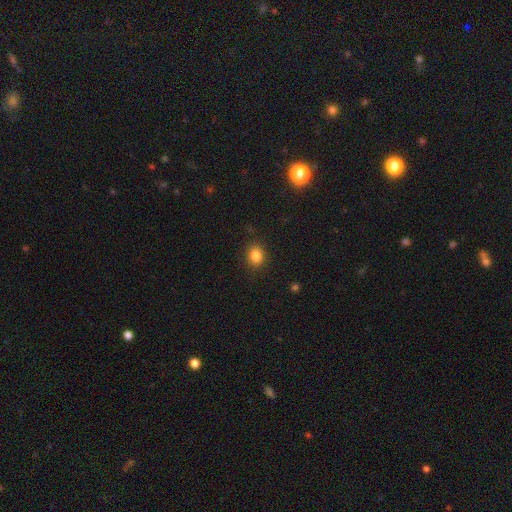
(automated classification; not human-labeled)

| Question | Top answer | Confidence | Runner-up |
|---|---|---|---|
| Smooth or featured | smooth | 84% | star or artifact (11%) |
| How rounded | round | 52% | in between (47%) |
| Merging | none | 87% | minor disturbance (10%) |